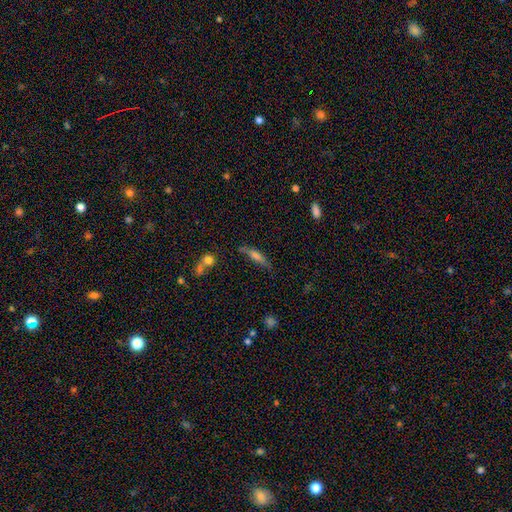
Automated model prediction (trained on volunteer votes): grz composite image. It shows a smooth galaxy with no disk features (51%) that is cigar-shaped (75%). Merging: none (67%).